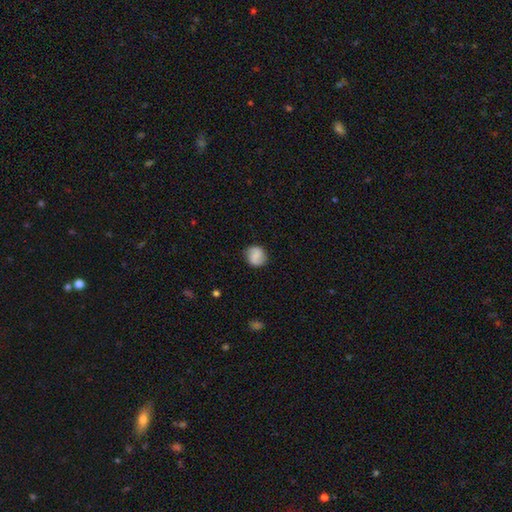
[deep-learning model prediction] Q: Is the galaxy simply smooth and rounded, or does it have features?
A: smooth — 58%.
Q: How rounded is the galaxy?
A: round — 83%.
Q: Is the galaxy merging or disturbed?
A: none — 83%.